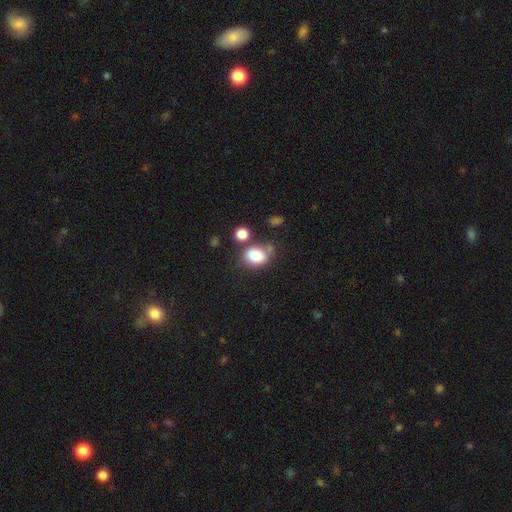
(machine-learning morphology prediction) This is clearly a smooth galaxy (83%). How rounded: likely in between (61%). Merging: possibly none (56%).